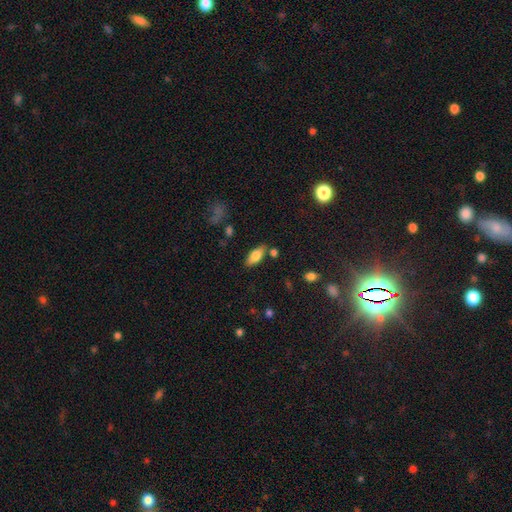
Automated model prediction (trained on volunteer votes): This appears to be a smooth galaxy with no disk features (77%) that is in between round and cigar-shaped (86%). Merging: none (77%).